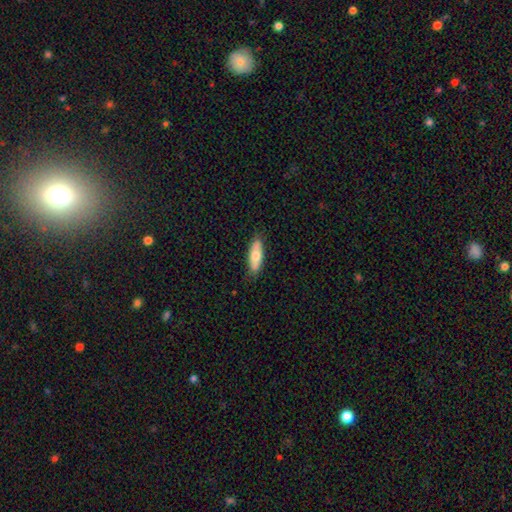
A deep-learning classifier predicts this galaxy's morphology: Smooth or featured? Predicted: smooth (p=0.67). How rounded? Predicted: in between (p=0.61). Merging? Predicted: none (p=0.85).